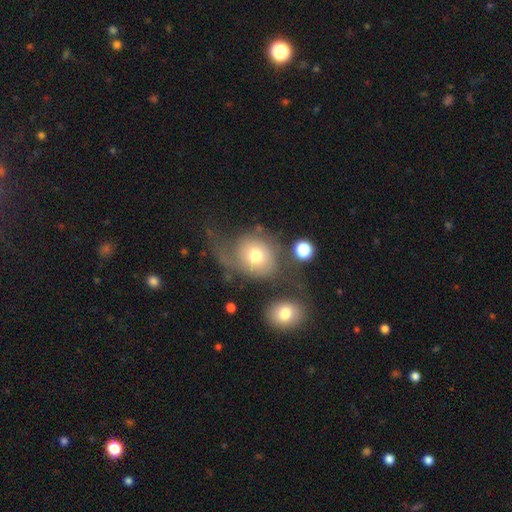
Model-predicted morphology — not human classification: type=smooth (59%); roundness=round (69%); merging=major disturbance (36%).